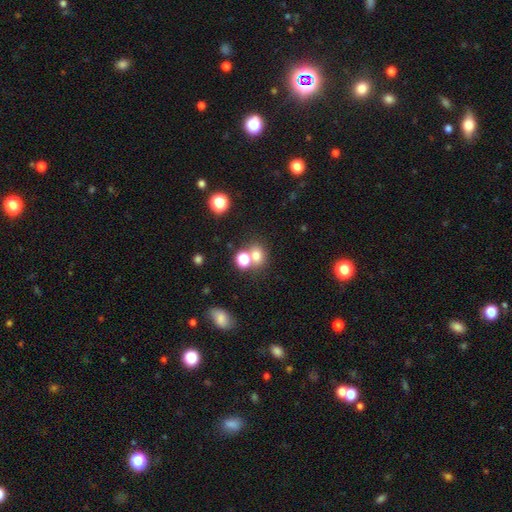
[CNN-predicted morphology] smooth-or-featured: smooth: 72% | star or artifact: 18% | featured or disk: 10%
  how-rounded: round: 60% | in between: 39% | cigar-shaped: 1%
  merging: none: 52% | merger: 34% | minor disturbance: 9% | major disturbance: 5%